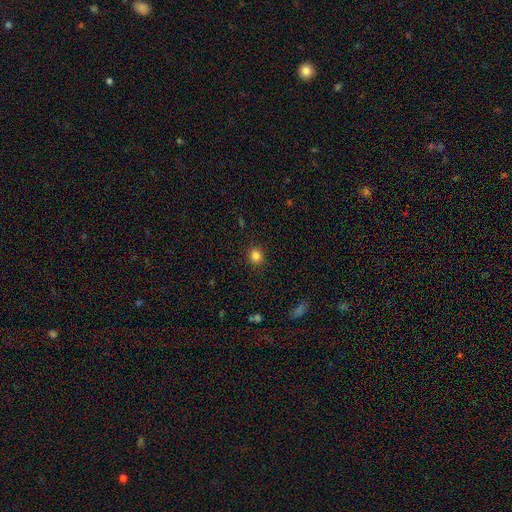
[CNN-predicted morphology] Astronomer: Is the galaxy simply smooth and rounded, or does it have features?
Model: smooth — 83%.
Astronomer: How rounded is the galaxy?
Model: round — 86%.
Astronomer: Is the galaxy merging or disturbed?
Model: none — 90%.